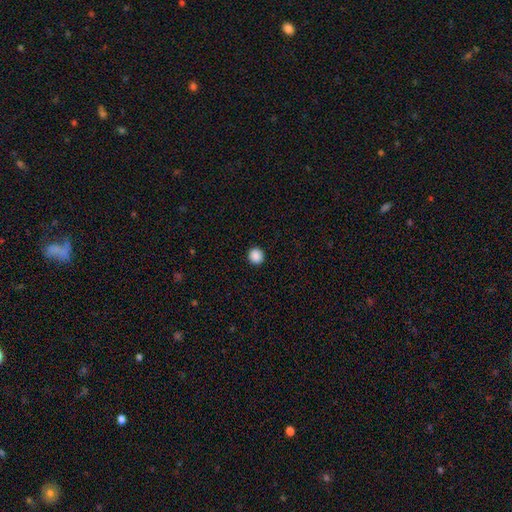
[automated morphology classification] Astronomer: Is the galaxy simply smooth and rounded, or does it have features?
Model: smooth — 89%.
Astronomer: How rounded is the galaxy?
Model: round — 91%.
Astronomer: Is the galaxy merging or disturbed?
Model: none — 93%.